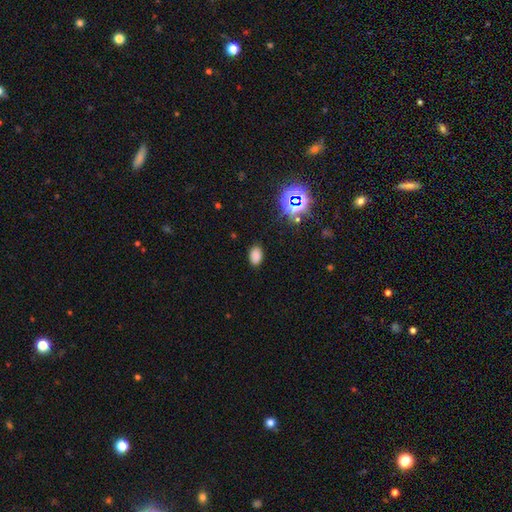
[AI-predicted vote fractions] Smooth or featured: smooth — 77% (star or artifact — 19%)
How rounded: in between — 89% (round — 10%)
Merging: none — 86% (minor disturbance — 10%)